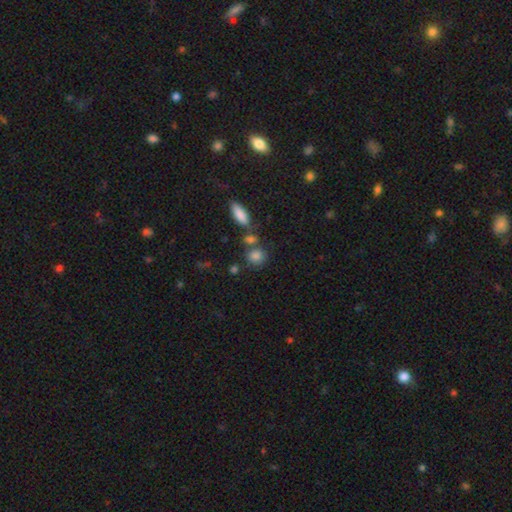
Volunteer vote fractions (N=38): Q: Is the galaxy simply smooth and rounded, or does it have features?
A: smooth — 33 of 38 (87%).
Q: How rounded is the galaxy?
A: round — 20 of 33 (61%).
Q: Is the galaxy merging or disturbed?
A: none — 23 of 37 (62%).